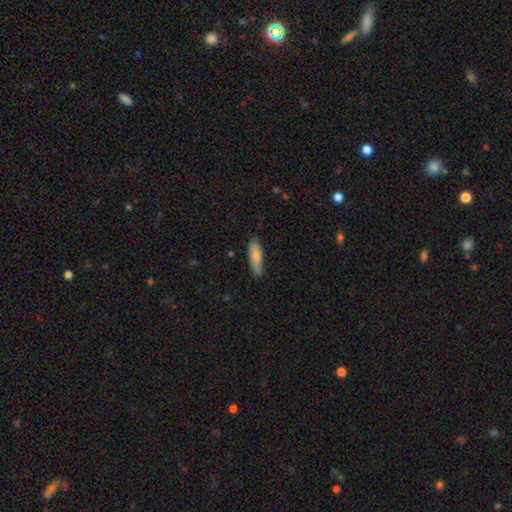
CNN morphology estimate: This appears to be a smooth galaxy with no disk features (79%) that is cigar-shaped (56%). Merging: none (79%).